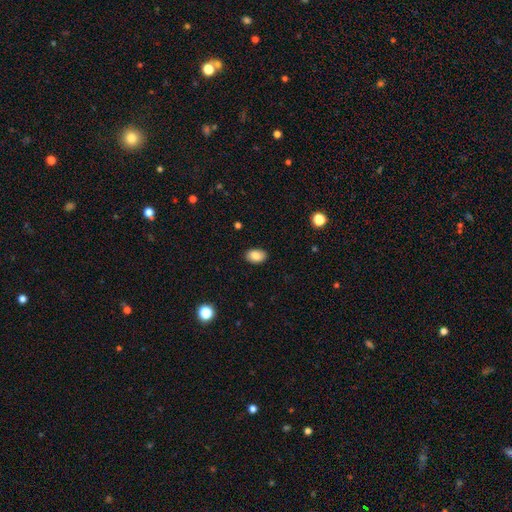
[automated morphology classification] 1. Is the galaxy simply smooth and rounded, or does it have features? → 86% smooth, 8% star or artifact, 6% featured or disk.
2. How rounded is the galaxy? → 85% in between, 14% round, 1% cigar-shaped.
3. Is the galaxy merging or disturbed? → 88% none, 9% minor disturbance, 2% major disturbance, 1% merger.